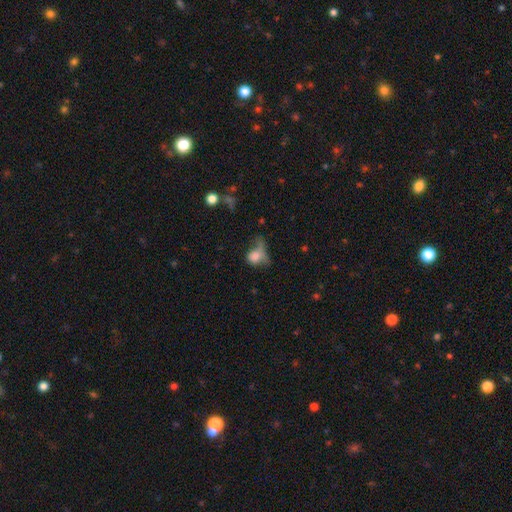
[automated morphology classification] Overall: smooth (70%). How rounded: in between (54%; round 43%). Merging: major disturbance (40%; none 23%).